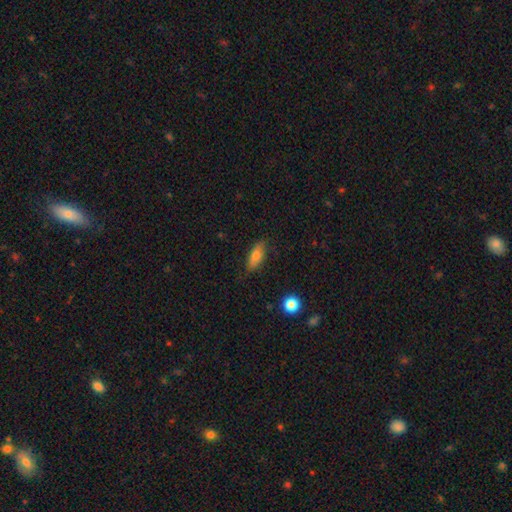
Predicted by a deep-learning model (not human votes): Smooth or featured: smooth — 76% (featured or disk — 16%)
How rounded: in between — 71% (cigar-shaped — 26%)
Merging: none — 80% (minor disturbance — 16%)